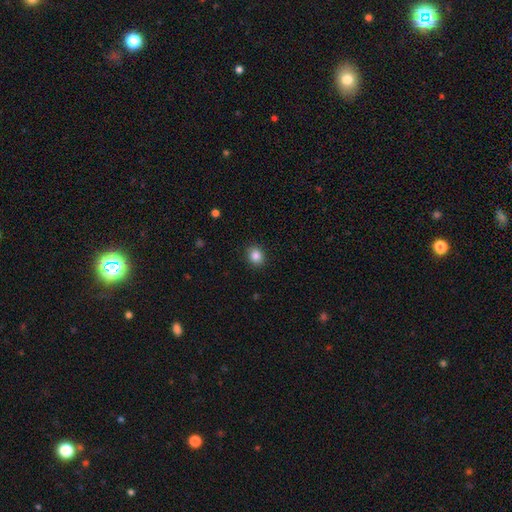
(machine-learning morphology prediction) A smooth galaxy with no disk features (85%) that is round (67%). Merging: none (90%).